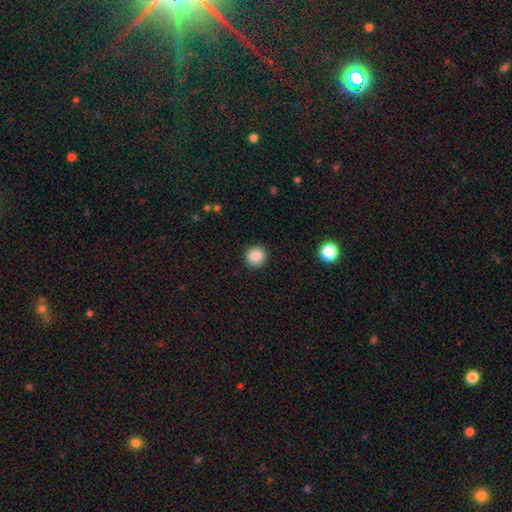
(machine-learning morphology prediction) The model was most divided on "smooth or featured": smooth: 87%, star or artifact: 9%, featured or disk: 4%. More confident: merging — none (91%); how rounded — round (90%).